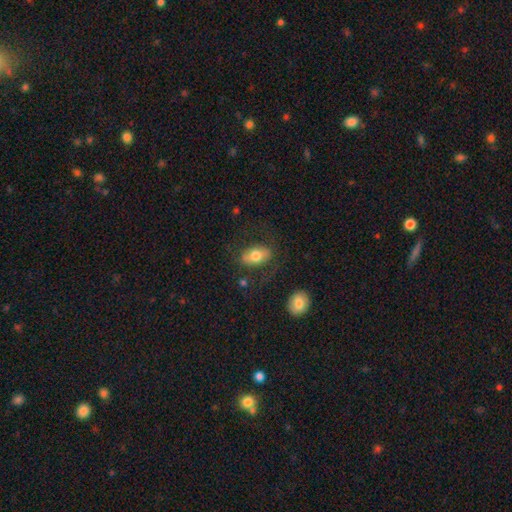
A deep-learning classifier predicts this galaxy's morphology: This appears to be a smooth galaxy with no disk features (69%) that is in between round and cigar-shaped (89%). Merging: none (72%).